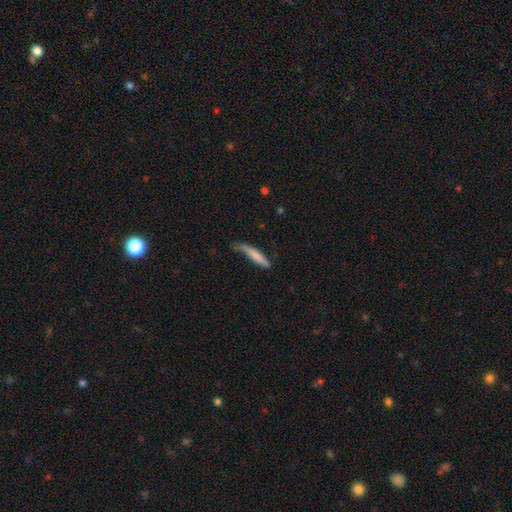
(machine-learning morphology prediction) A smooth galaxy with no disk features (72%) that is cigar-shaped (89%). Merging: none (47%).